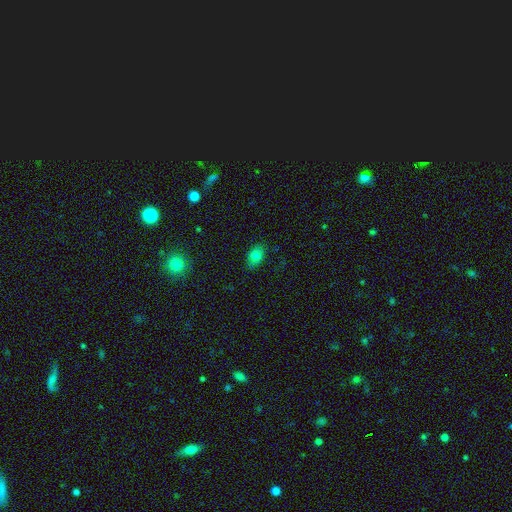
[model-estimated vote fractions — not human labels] smooth_or_featured: smooth (p=0.79) [alt: star or artifact p=0.12]
how_rounded: in between (p=0.81) [alt: round p=0.17]
merging: none (p=0.82) [alt: minor disturbance p=0.14]